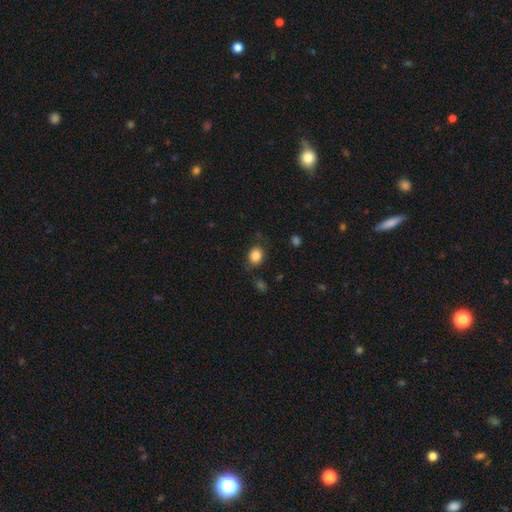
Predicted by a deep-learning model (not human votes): smooth-or-featured: smooth: 84% | star or artifact: 9% | featured or disk: 7%
  how-rounded: in between: 50% | round: 49% | cigar-shaped: 1%
  merging: none: 80% | minor disturbance: 14% | major disturbance: 5% | merger: 2%